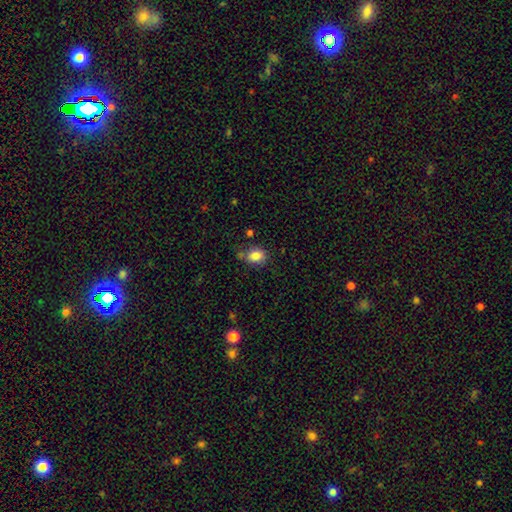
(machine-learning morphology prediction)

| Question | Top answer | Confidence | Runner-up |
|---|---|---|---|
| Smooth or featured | smooth | 84% | star or artifact (10%) |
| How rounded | in between | 61% | round (37%) |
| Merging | none | 69% | minor disturbance (19%) |